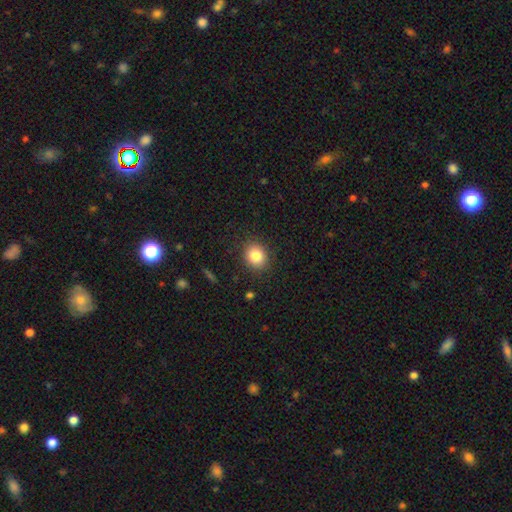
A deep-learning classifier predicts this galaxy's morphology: This is clearly a smooth galaxy (83%). How rounded: likely round (76%). Merging: clearly none (88%).